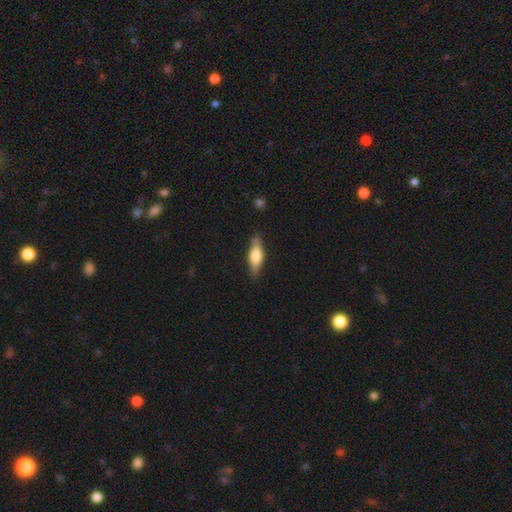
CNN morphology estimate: This appears to be a smooth galaxy with no disk features (56%) that is in between round and cigar-shaped (52%). Merging: none (78%).